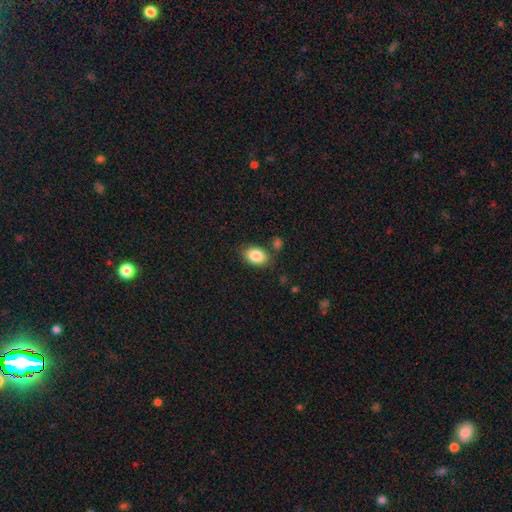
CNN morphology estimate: The model was most divided on "merging": none: 77%, minor disturbance: 13%, merger: 6%, major disturbance: 4%. More confident: smooth or featured — smooth (85%); how rounded — in between (82%).